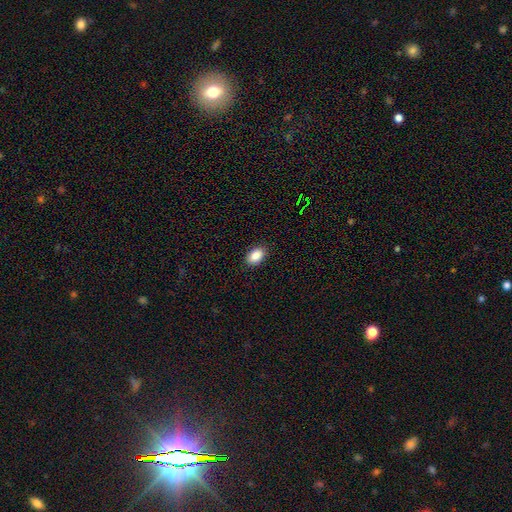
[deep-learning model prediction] Smooth or featured?
  - smooth: 88% *
  - star or artifact: 8%
  - featured or disk: 4%
How rounded?
  - in between: 89% *
  - round: 10%
  - cigar-shaped: 1%
Merging?
  - none: 89% *
  - minor disturbance: 8%
  - major disturbance: 2%
  - merger: 1%